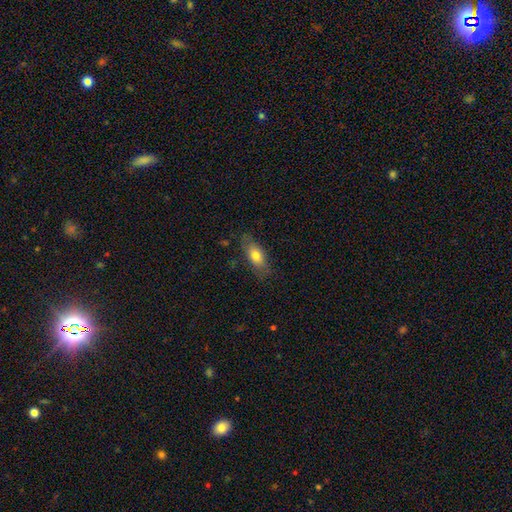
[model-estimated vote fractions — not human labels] smooth 72%, featured or disk 21%, star or artifact 7%. Down the decision tree: how rounded — in between (80%); merging — none (76%).